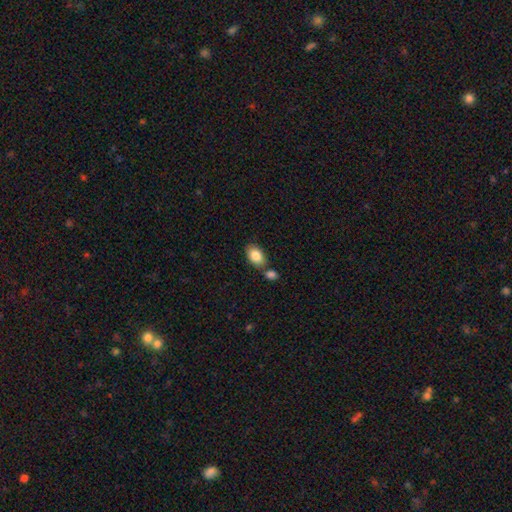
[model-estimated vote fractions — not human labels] This is clearly a smooth galaxy (85%). How rounded: clearly in between (89%). Merging: likely none (63%).